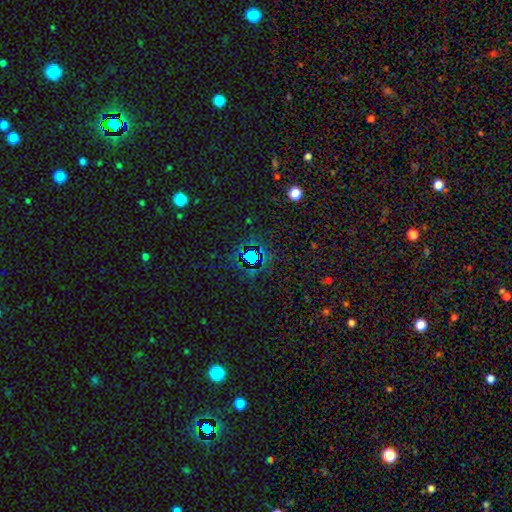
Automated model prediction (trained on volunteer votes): Smooth or featured?
  - star or artifact: 73% *
  - smooth: 18%
  - featured or disk: 9%